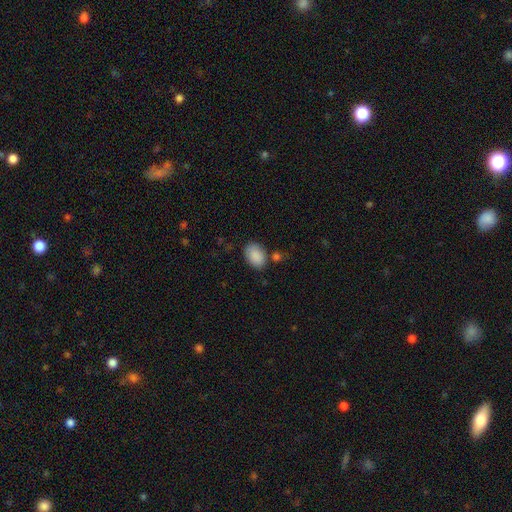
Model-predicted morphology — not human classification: Smooth or featured?
  - smooth: 89% *
  - star or artifact: 7%
  - featured or disk: 4%
How rounded?
  - in between: 81% *
  - round: 18%
  - cigar-shaped: 1%
Merging?
  - none: 73% *
  - minor disturbance: 16%
  - merger: 7%
  - major disturbance: 4%